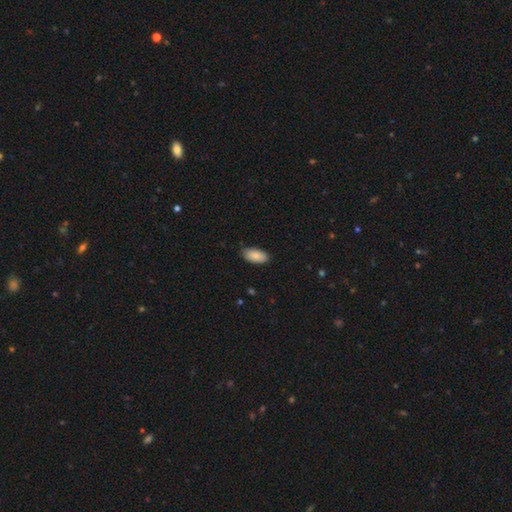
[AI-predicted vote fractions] Overall: smooth (88%). How rounded: in between (94%). Merging: none (82%).